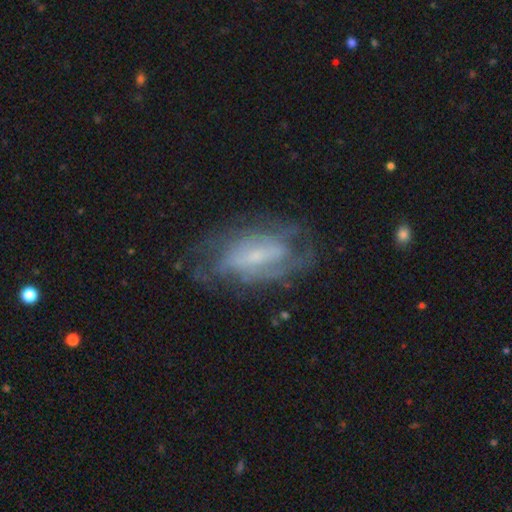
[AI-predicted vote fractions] smooth_or_featured: featured or disk (p=0.74) [alt: smooth p=0.18]
disk_edge_on: no (p=0.90) [alt: yes p=0.10]
bar: weak (p=0.44) [alt: no p=0.34]
has_spiral_arms: yes (p=0.77) [alt: no p=0.23]
spiral_winding: tight (p=0.48) [alt: medium p=0.37]
spiral_arm_count: can't tell (p=0.51) [alt: 2 p=0.26]
bulge_size: small (p=0.58) [alt: moderate p=0.25]
merging: none (p=0.64) [alt: minor disturbance p=0.21]